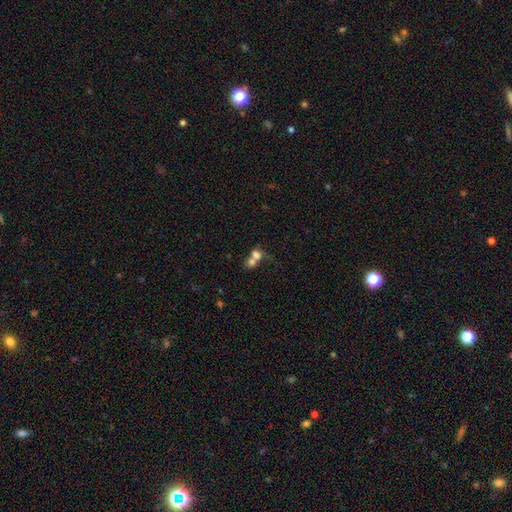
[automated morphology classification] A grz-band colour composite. It shows a smooth galaxy with no disk features (68%) that is round (49%). Merging: merger (71%).